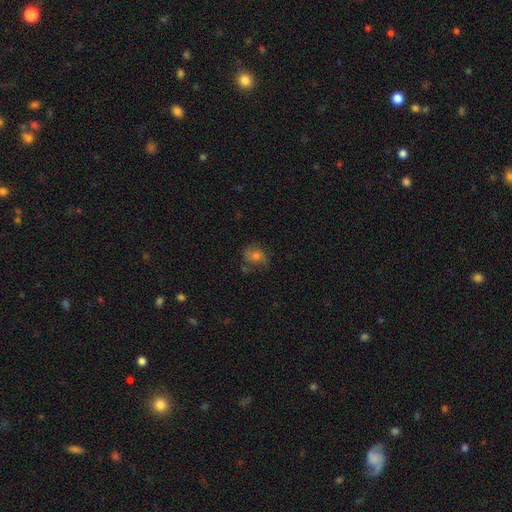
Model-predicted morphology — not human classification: smooth_or_featured: smooth (p=0.58) [alt: featured or disk p=0.25]
how_rounded: round (p=0.60) [alt: in between p=0.39]
merging: none (p=0.62) [alt: minor disturbance p=0.23]